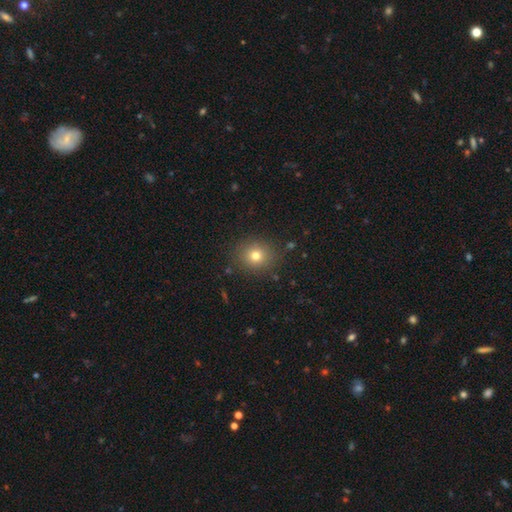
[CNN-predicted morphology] The model was most divided on "how rounded": round: 80%, in between: 19%, cigar-shaped: 1%. More confident: merging — none (87%); smooth or featured — smooth (76%).